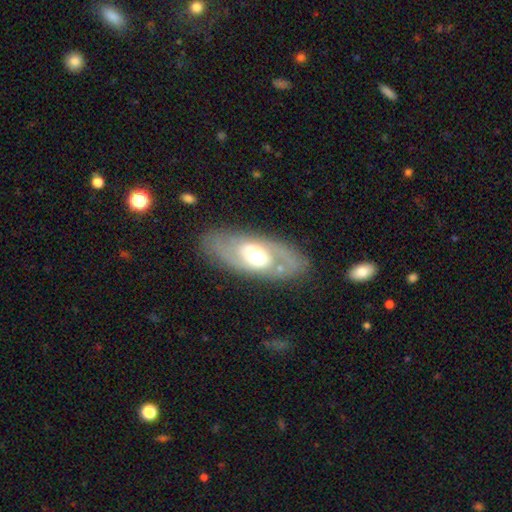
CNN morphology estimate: This is likely a featured or disk galaxy (66%). It is clearly not viewed edge-on (87%). Bar: likely no (68%). Spiral arm pattern: possibly yes (57%). Central bulge: likely moderate (64%). Merging: likely none (79%).